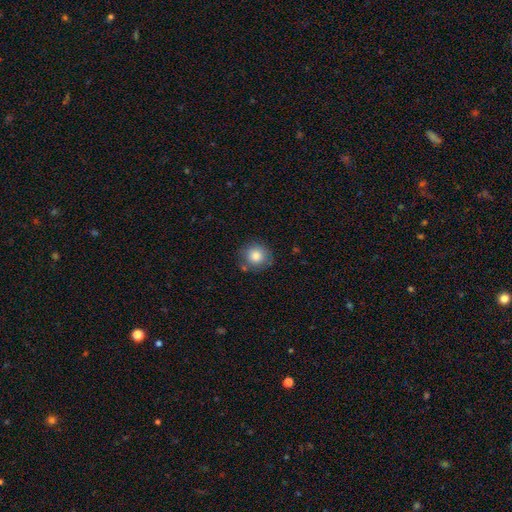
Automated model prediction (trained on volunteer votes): This appears to be a smooth galaxy with no disk features (82%) that is round (89%). Merging: none (77%).